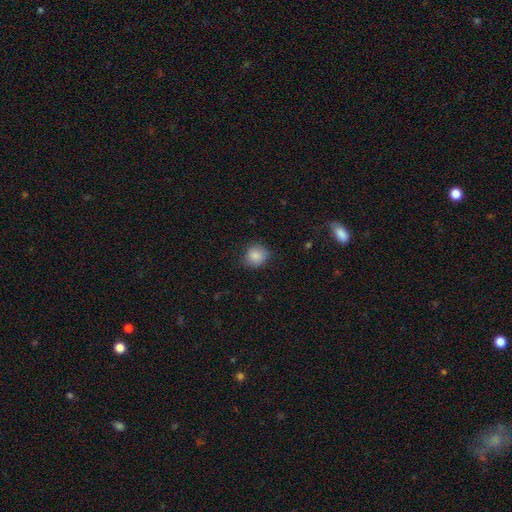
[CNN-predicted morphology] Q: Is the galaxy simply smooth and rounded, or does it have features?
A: smooth — 86%.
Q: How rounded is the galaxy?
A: round — 84%.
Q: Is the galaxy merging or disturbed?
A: none — 80%.